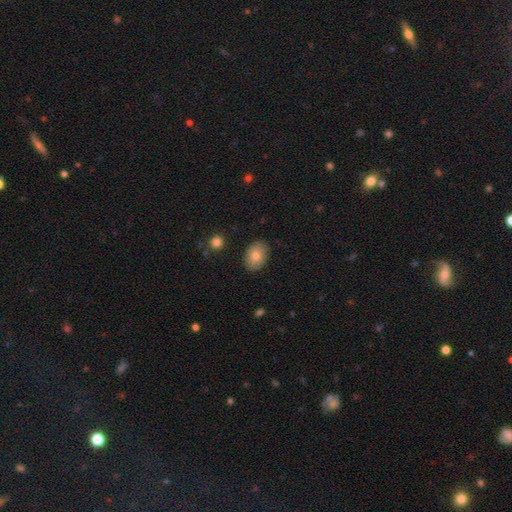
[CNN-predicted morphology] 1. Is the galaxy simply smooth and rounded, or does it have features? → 79% smooth, 13% featured or disk, 7% star or artifact.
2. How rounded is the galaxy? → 81% in between, 18% round, 1% cigar-shaped.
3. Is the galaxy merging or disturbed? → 86% none, 10% minor disturbance, 2% major disturbance, 1% merger.